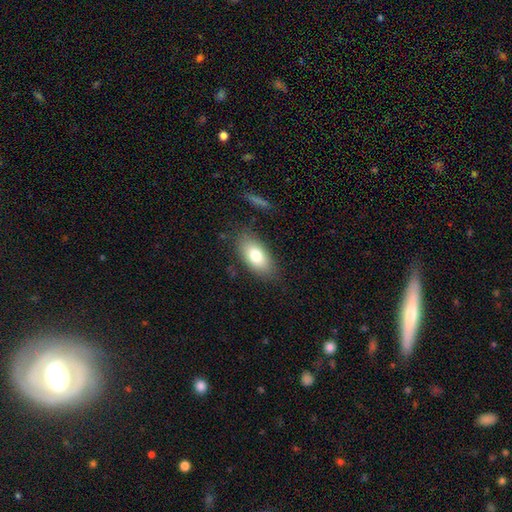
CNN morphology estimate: smooth_or_featured: smooth (p=0.76) [alt: featured or disk p=0.16]
how_rounded: in between (p=0.90) [alt: round p=0.05]
merging: none (p=0.81) [alt: minor disturbance p=0.13]